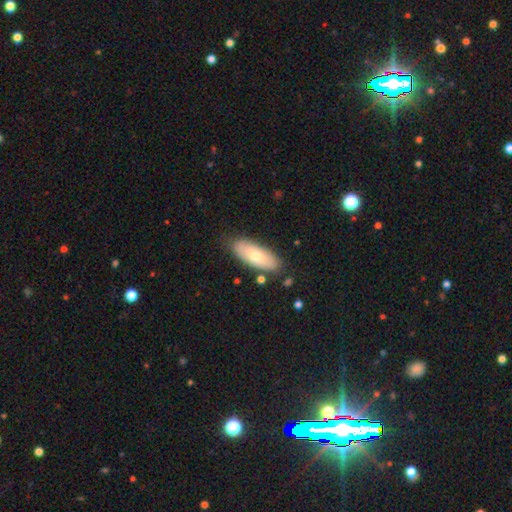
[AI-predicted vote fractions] Smooth or featured?
  - smooth: 66% *
  - featured or disk: 28%
  - star or artifact: 6%
How rounded?
  - in between: 81% *
  - cigar-shaped: 17%
  - round: 2%
Merging?
  - none: 81% *
  - minor disturbance: 13%
  - merger: 3%
  - major disturbance: 3%